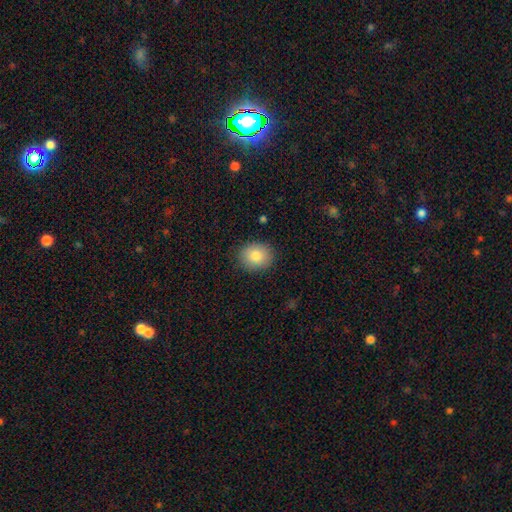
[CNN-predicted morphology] Smooth or featured? Predicted: smooth (p=0.83). How rounded? Predicted: round (p=0.58). Merging? Predicted: none (p=0.87).